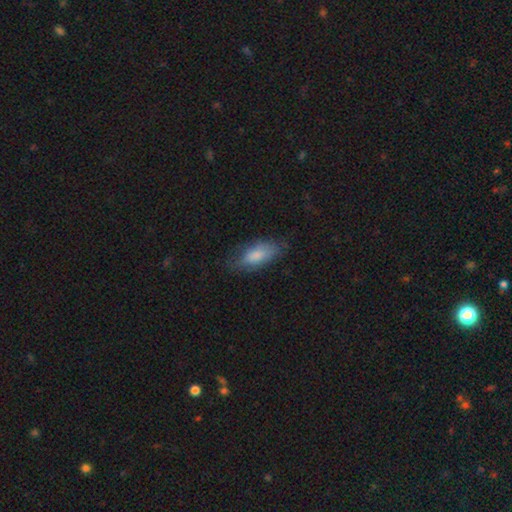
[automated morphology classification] smooth-or-featured: smooth: 76% | featured or disk: 17% | star or artifact: 7%
  how-rounded: in between: 78% | cigar-shaped: 19% | round: 2%
  merging: none: 70% | minor disturbance: 22% | major disturbance: 6% | merger: 1%